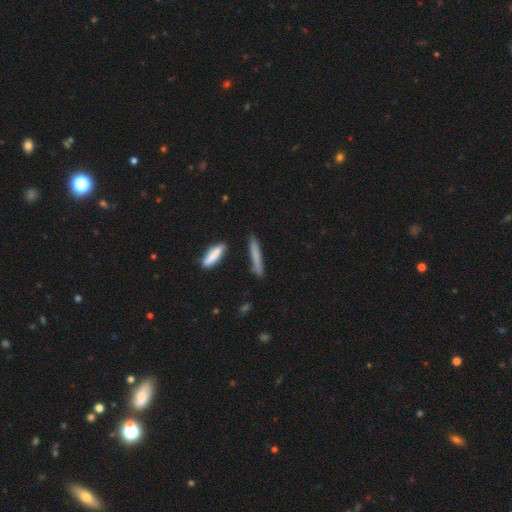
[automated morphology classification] Smooth or featured? smooth (73%)
How rounded? cigar-shaped (93%)
Merging? none (83%)